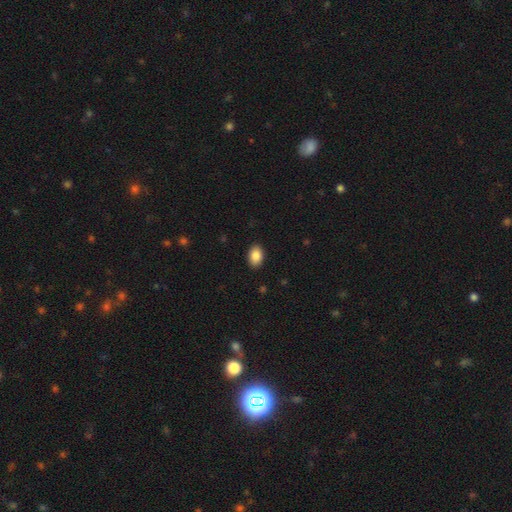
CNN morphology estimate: A smooth galaxy with no disk features (87%) that is in between round and cigar-shaped (86%).

Vote fractions:
- Smooth or featured? smooth: 87% / star or artifact: 7% / featured or disk: 5%
- How rounded? in between: 86% / round: 12% / cigar-shaped: 1%
- Merging? none: 90% / minor disturbance: 7% / major disturbance: 2% / merger: 1%